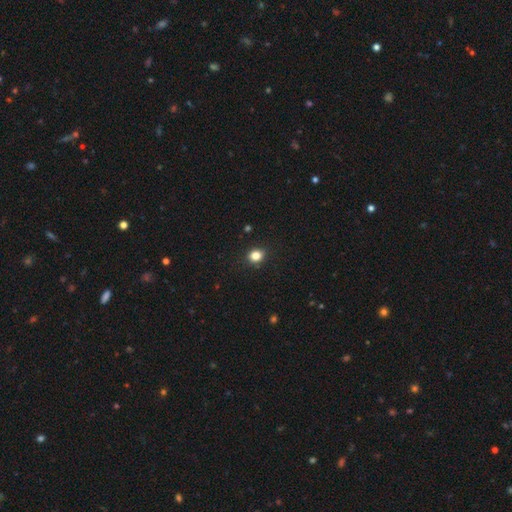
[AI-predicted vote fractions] A smooth galaxy with no disk features (83%) that is round (66%).

Vote fractions:
- Smooth or featured? smooth: 83% / star or artifact: 12% / featured or disk: 5%
- How rounded? round: 66% / in between: 33% / cigar-shaped: 1%
- Merging? none: 89% / minor disturbance: 8% / major disturbance: 2% / merger: 1%